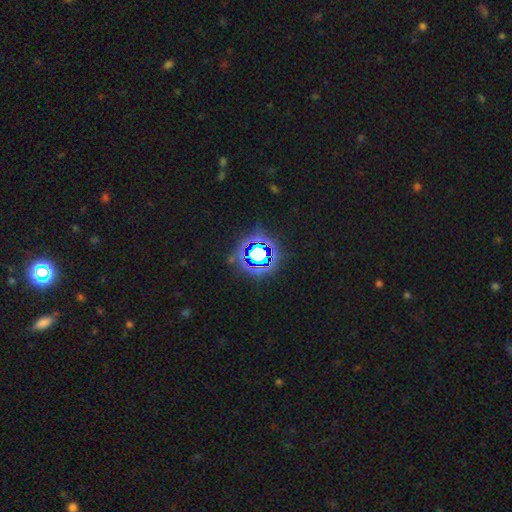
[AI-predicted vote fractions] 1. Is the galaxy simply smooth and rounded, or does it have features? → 70% star or artifact, 17% smooth, 13% featured or disk.